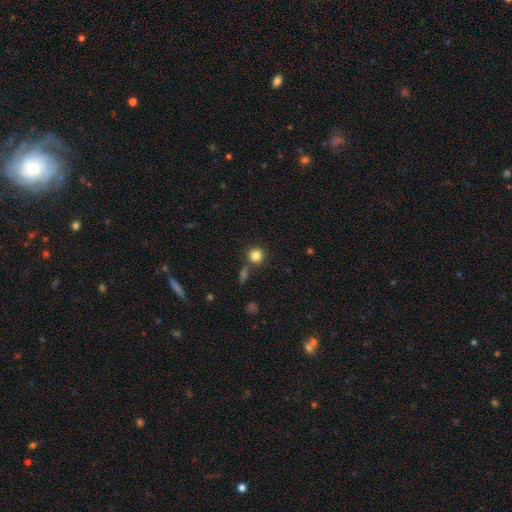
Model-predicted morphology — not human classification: Q: Smooth or featured?
A: smooth (83%); runner-up: star or artifact (11%)
Q: How rounded?
A: round (92%); runner-up: in between (7%)
Q: Merging?
A: none (78%); runner-up: merger (10%)